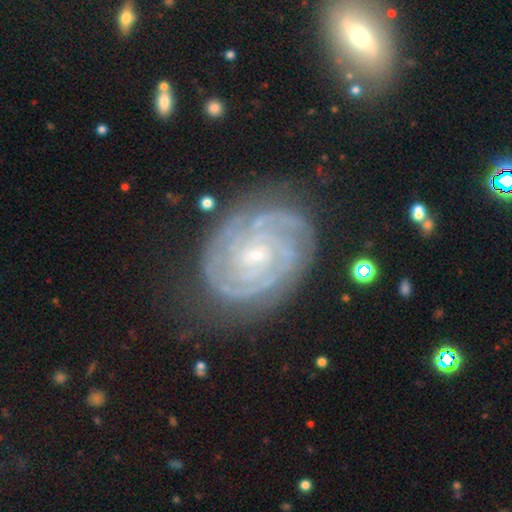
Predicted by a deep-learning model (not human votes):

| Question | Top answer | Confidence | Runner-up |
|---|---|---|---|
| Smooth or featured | featured or disk | 90% | star or artifact (5%) |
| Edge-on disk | no | 97% | yes (3%) |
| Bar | no | 61% | weak (29%) |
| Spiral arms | yes | 98% | no (2%) |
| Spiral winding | tight | 82% | medium (16%) |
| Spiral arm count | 2 | 28% | 3 (26%) |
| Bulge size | small | 79% | moderate (17%) |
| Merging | none | 77% | minor disturbance (16%) |